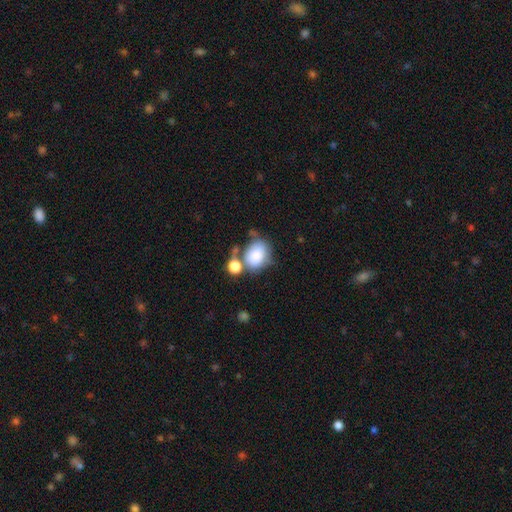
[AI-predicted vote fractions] The model was most divided on "merging": none: 41%, merger: 29%, minor disturbance: 19%, major disturbance: 10%. More confident: smooth or featured — smooth (82%); how rounded — in between (63%).